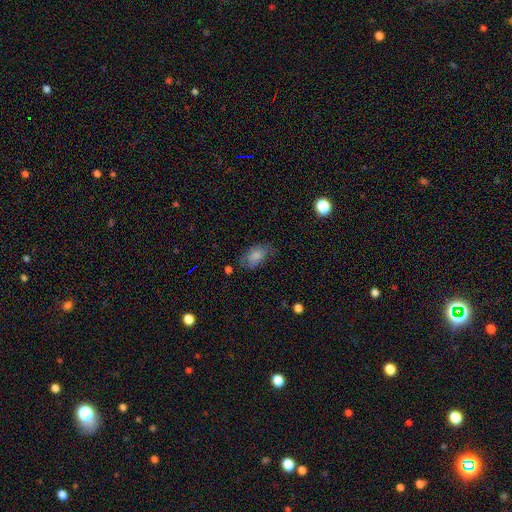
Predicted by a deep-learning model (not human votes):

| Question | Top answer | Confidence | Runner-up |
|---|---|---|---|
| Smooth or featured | smooth | 76% | featured or disk (15%) |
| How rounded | in between | 90% | round (8%) |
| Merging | none | 57% | minor disturbance (29%) |